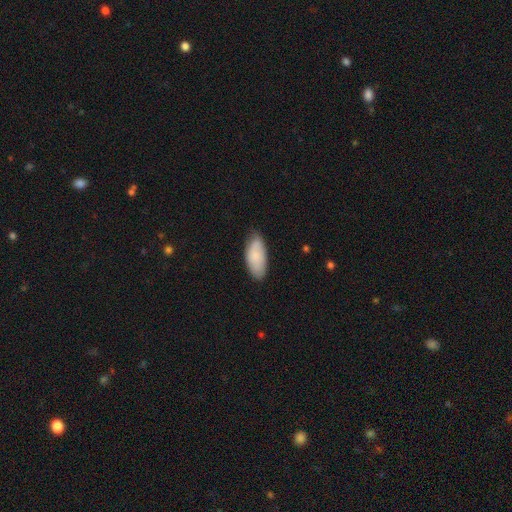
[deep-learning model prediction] This appears to be a smooth galaxy with no disk features (80%) that is in between round and cigar-shaped (90%). Merging: none (70%).